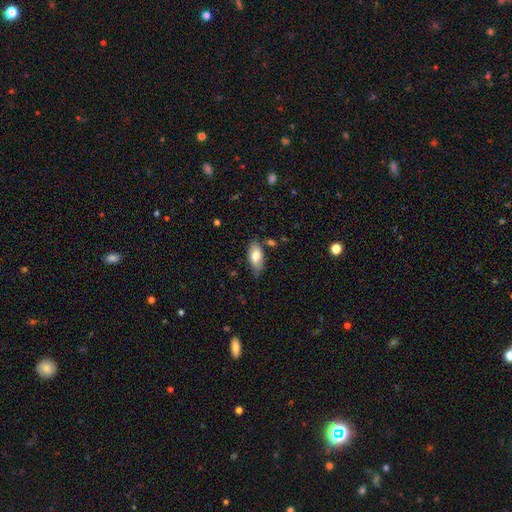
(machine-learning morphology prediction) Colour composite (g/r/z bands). It shows a smooth galaxy with no disk features (77%) that is in between round and cigar-shaped (89%). Merging: none (71%).